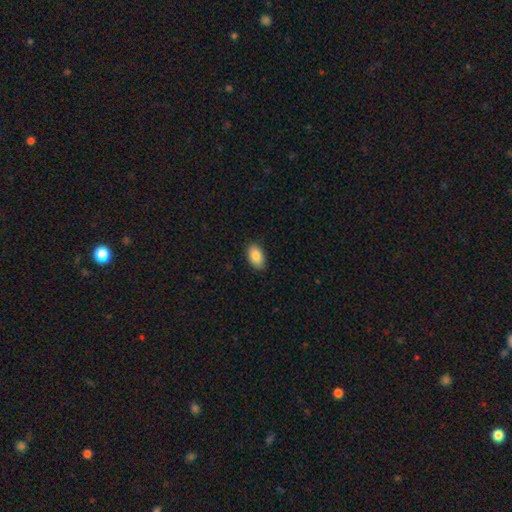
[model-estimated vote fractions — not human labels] The model was most divided on "merging": none: 88%, minor disturbance: 10%, major disturbance: 2%, merger: 1%. More confident: how rounded — in between (93%); smooth or featured — smooth (86%).